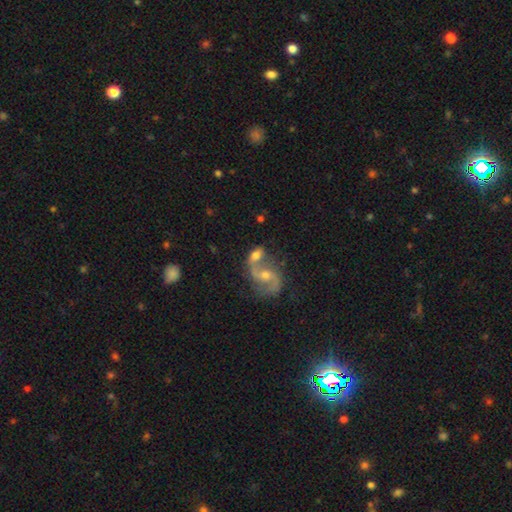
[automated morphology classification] smooth-or-featured: featured or disk: 63% | smooth: 28% | star or artifact: 9%
  disk-edge-on: no: 96% | yes: 4%
    bar: no: 51% | weak: 38% | strong: 11%
    has-spiral-arms: yes: 85% | no: 15%
      spiral-winding: loose: 58% | medium: 34% | tight: 8%
      spiral-arm-count: 2: 89% | 1: 4% | can't tell: 4% | 3: 1% | 4: 1% | more than 4: 1%
    bulge-size: moderate: 51% | small: 34% | large: 8% | none: 5% | dominant: 2%
  merging: merger: 48% | none: 35% | minor disturbance: 11% | major disturbance: 6%